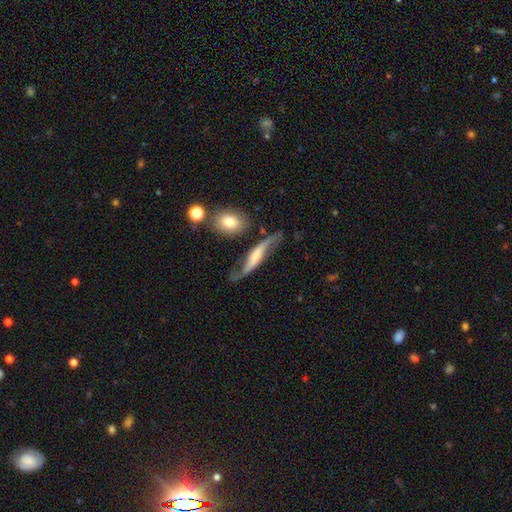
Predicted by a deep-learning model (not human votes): Overall: featured or disk (77%). Edge-on disk: no (72%). Bar: no (37%; weak 35%). Spiral arms: yes (93%). Spiral arm count: 2 (92%). Spiral winding: loose (88%). Bulge size: small (29%, tied with none). Merging: none (61%; minor disturbance 21%).